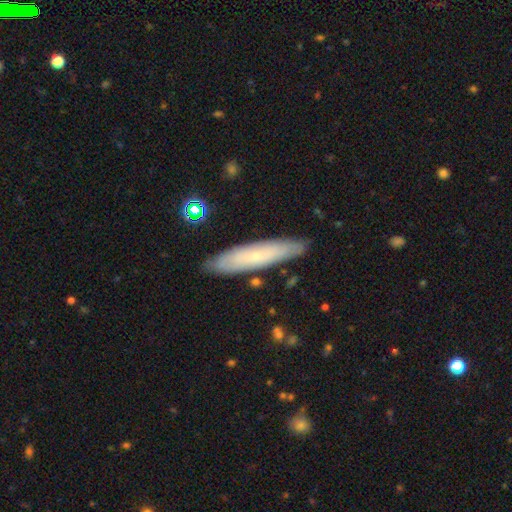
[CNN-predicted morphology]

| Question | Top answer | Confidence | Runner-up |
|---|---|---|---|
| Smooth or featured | smooth | 54% | featured or disk (39%) |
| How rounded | cigar-shaped | 83% | in between (15%) |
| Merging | none | 86% | minor disturbance (10%) |